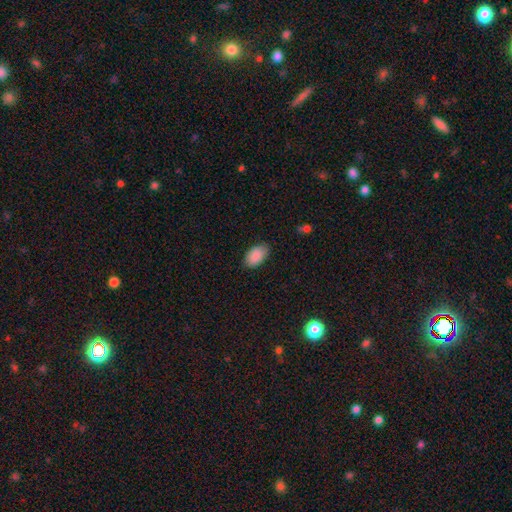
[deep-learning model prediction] smooth_or_featured: smooth (p=0.89) [alt: star or artifact p=0.06]
how_rounded: in between (p=0.93) [alt: round p=0.05]
merging: none (p=0.84) [alt: minor disturbance p=0.12]